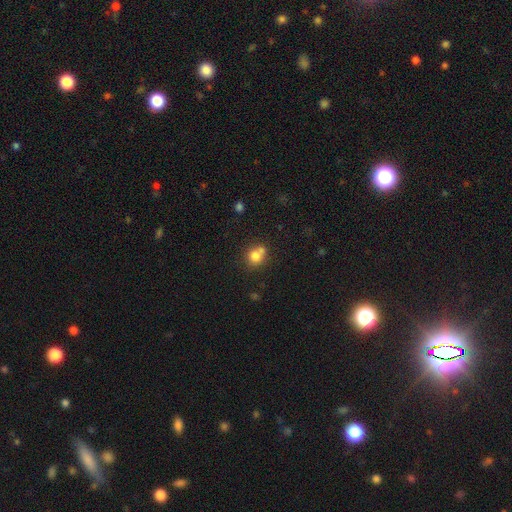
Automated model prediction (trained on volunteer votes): A smooth galaxy with no disk features (77%) that is round (79%). Merging: none (47%).